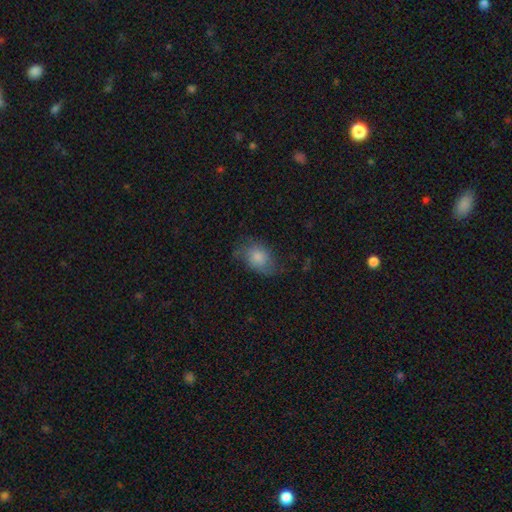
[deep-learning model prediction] This is likely a smooth galaxy (64%). How rounded: likely in between (64%). Merging: likely none (60%).